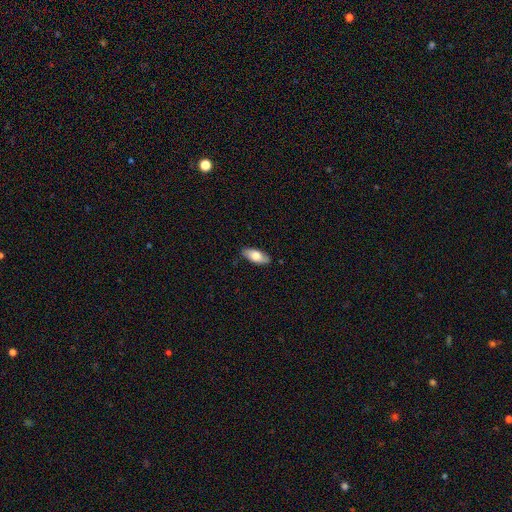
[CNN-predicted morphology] Overall: smooth (73%). How rounded: in between (84%). Merging: none (84%).